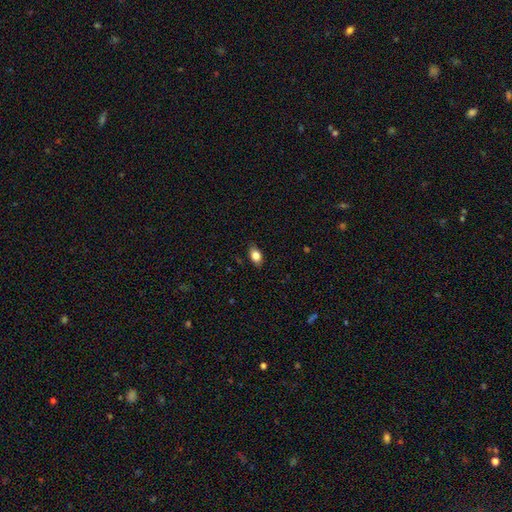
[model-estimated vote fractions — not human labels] Smooth or featured? smooth (83%)
How rounded? in between (86%)
Merging? none (84%)